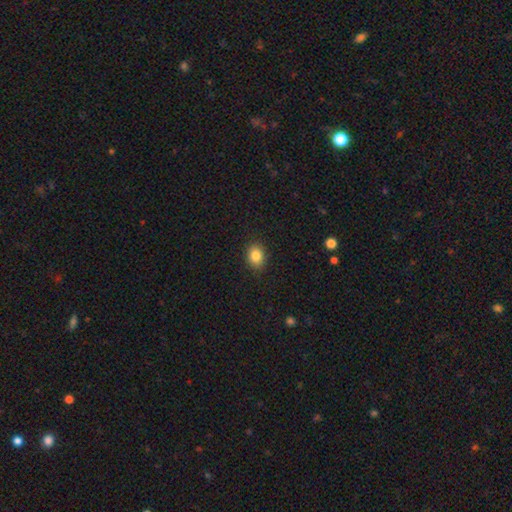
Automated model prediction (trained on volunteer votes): This is clearly a smooth galaxy (84%). How rounded: possibly in between (55%). Merging: clearly none (89%).